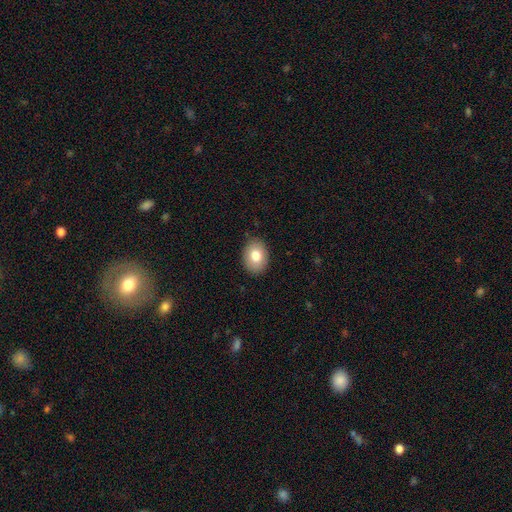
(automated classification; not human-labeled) smooth_or_featured: smooth (p=0.79) [alt: featured or disk p=0.12]
how_rounded: in between (p=0.69) [alt: round p=0.30]
merging: none (p=0.87) [alt: minor disturbance p=0.10]